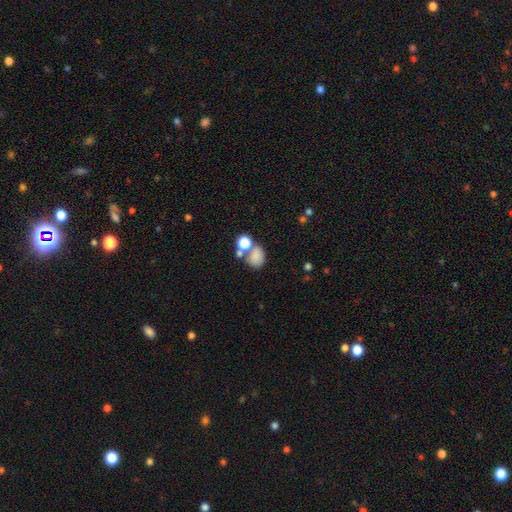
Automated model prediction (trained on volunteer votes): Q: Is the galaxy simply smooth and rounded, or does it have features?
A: smooth — 77%.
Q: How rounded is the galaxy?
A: in between — 54%.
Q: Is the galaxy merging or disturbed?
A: none — 42%.